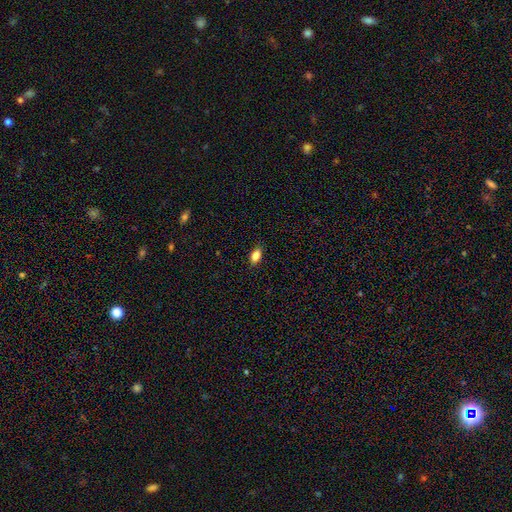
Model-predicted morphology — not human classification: Smooth or featured: smooth — 83% (star or artifact — 9%)
How rounded: in between — 88% (round — 6%)
Merging: none — 88% (minor disturbance — 9%)